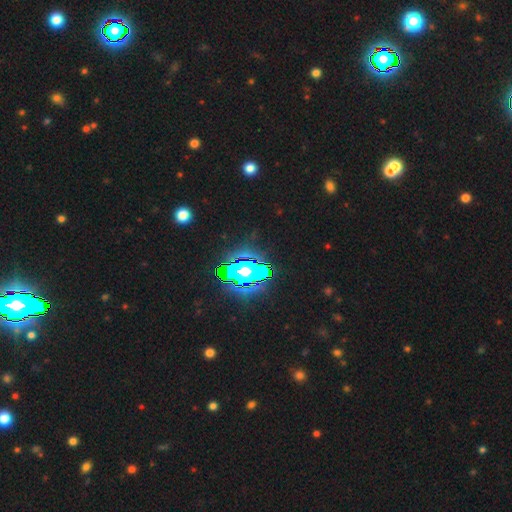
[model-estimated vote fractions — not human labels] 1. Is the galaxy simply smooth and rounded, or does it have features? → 82% star or artifact, 11% smooth, 7% featured or disk.